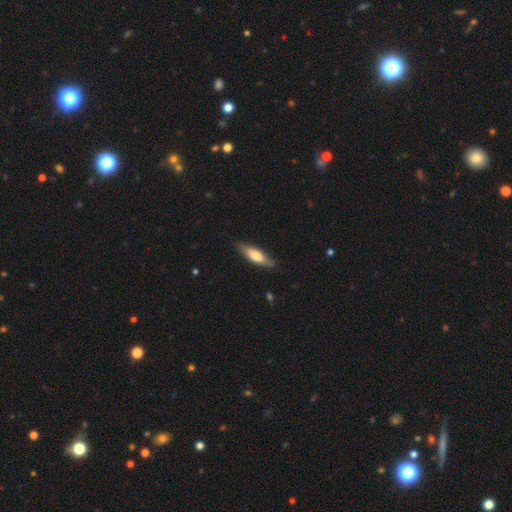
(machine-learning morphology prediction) Smooth or featured? smooth (62%)
How rounded? cigar-shaped (60%)
Merging? none (82%)